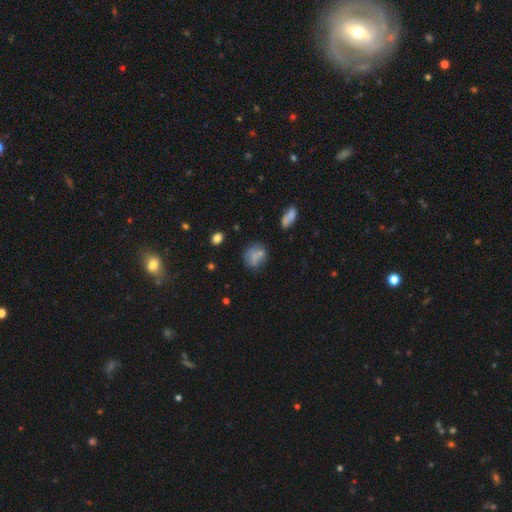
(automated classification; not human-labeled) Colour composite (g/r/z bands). It shows a smooth galaxy with no disk features (69%) that is round (68%). Merging: none (56%).